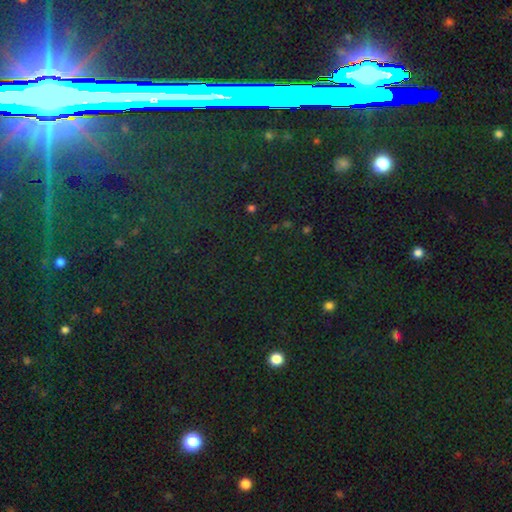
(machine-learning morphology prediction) Smooth or featured: star or artifact — 83% (smooth — 9%)